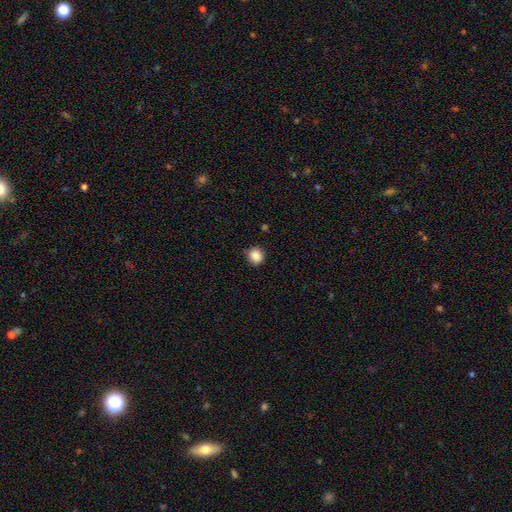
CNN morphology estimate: A smooth galaxy with no disk features (87%) that is round (90%).

Vote fractions:
- Smooth or featured? smooth: 87% / star or artifact: 10% / featured or disk: 3%
- How rounded? round: 90% / in between: 9% / cigar-shaped: 1%
- Merging? none: 88% / minor disturbance: 9% / major disturbance: 2% / merger: 1%